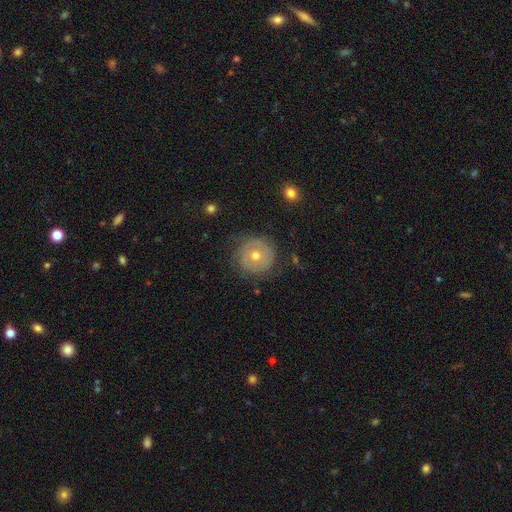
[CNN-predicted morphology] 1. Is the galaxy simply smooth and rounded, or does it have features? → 47% featured or disk, 43% smooth, 9% star or artifact.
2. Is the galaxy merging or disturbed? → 77% none, 16% minor disturbance, 6% major disturbance, 1% merger.